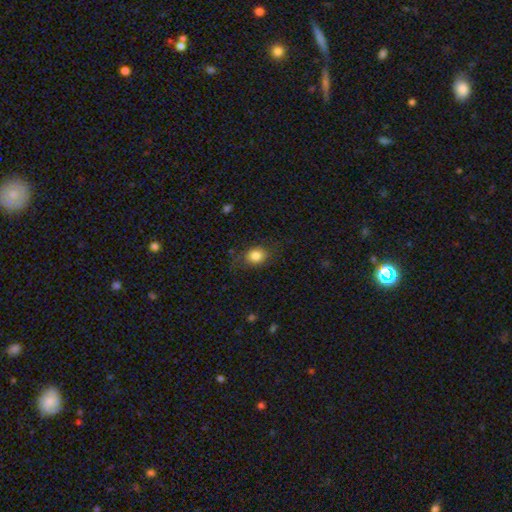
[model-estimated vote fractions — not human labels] Morphology: type=smooth (83%); roundness=round (58%); merging=none (75%).